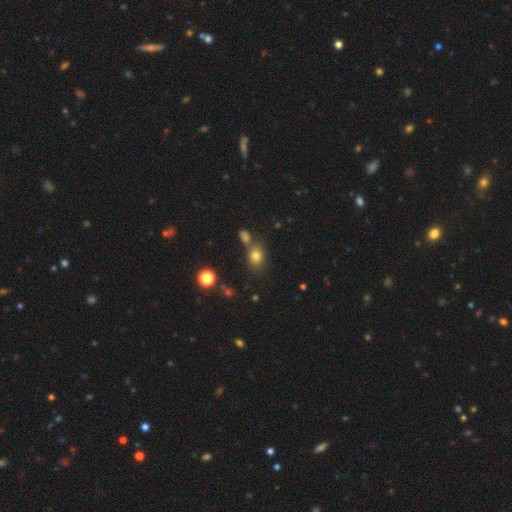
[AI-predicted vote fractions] Smooth or featured? smooth (76%)
How rounded? in between (55%)
Merging? none (63%)